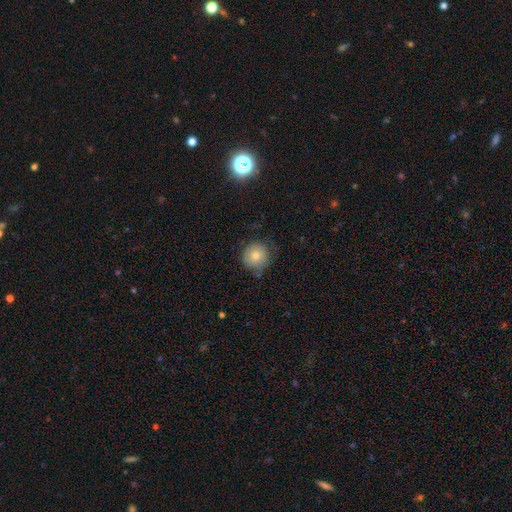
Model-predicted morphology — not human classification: smooth 76%, featured or disk 14%, star or artifact 9%. Down the decision tree: how rounded — round (92%); merging — none (69%).